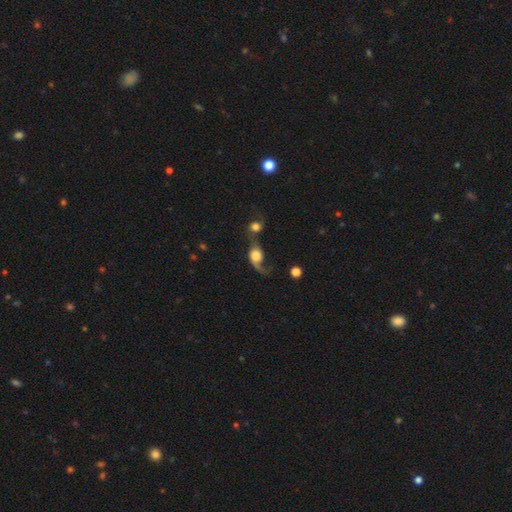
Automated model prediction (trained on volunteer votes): smooth-or-featured: featured or disk: 47% | smooth: 43% | star or artifact: 10%
  merging: merger: 48% | major disturbance: 25% | none: 17% | minor disturbance: 11%